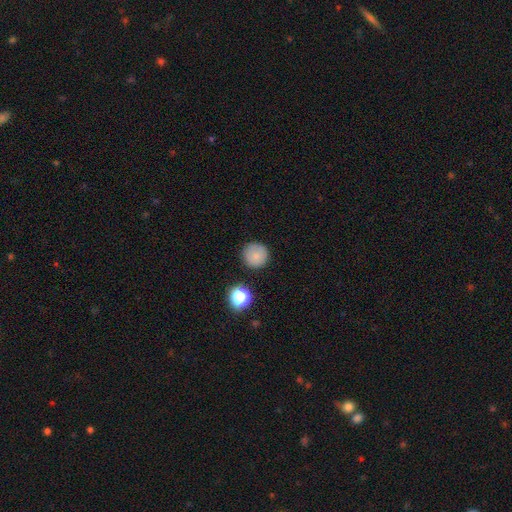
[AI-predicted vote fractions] Smooth or featured?
  - smooth: 81% *
  - star or artifact: 11%
  - featured or disk: 8%
How rounded?
  - round: 96% *
  - in between: 4%
  - cigar-shaped: 1%
Merging?
  - none: 87% *
  - minor disturbance: 8%
  - major disturbance: 2%
  - merger: 2%